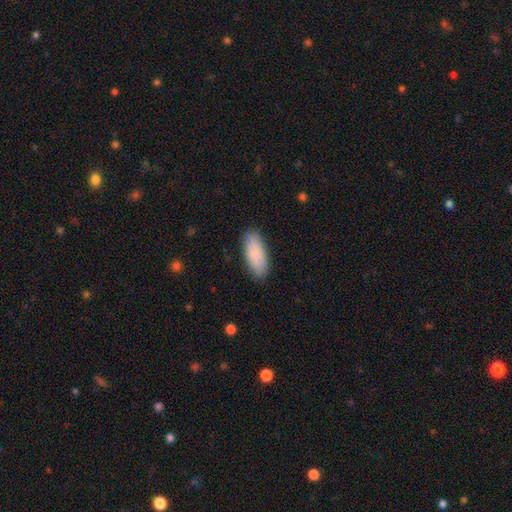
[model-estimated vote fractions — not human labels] smooth_or_featured: smooth (p=0.80) [alt: featured or disk p=0.14]
how_rounded: in between (p=0.84) [alt: cigar-shaped p=0.13]
merging: none (p=0.85) [alt: minor disturbance p=0.11]